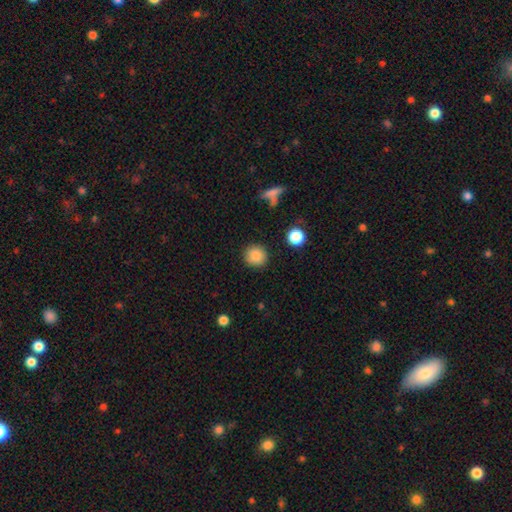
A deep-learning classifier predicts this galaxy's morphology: Smooth or featured? Predicted: smooth (p=0.85). How rounded? Predicted: round (p=0.92). Merging? Predicted: none (p=0.90).